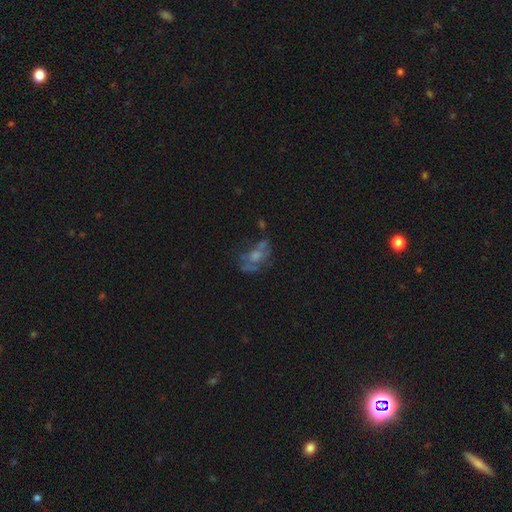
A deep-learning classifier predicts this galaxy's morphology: This appears to be a featured or disk galaxy (52%). Merging: none (40%).